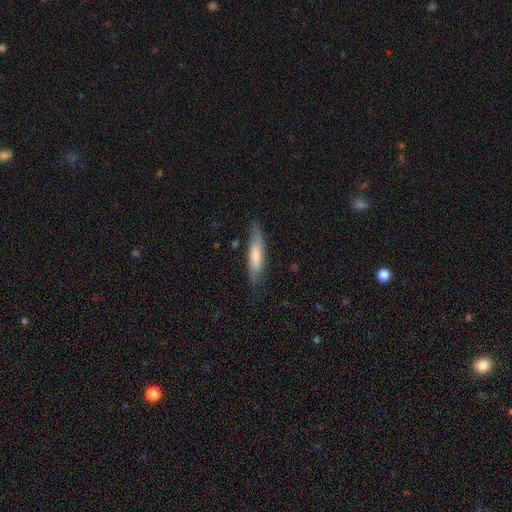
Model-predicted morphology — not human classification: Smooth or featured: smooth — 64% (featured or disk — 30%)
How rounded: cigar-shaped — 77% (in between — 21%)
Merging: none — 73% (minor disturbance — 21%)